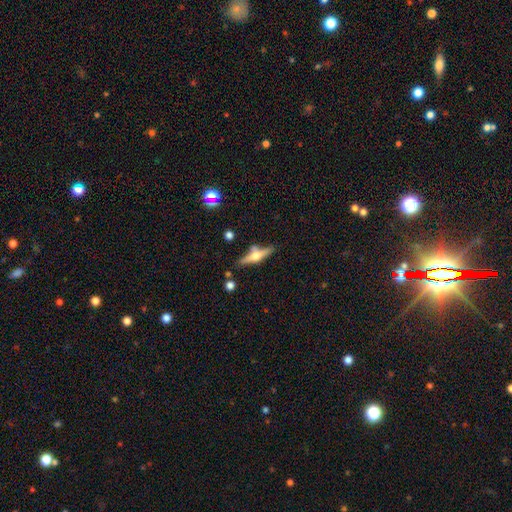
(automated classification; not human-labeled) Smooth or featured? Predicted: featured or disk (p=0.66). Edge-on disk? Predicted: yes (p=0.95). Edge-on bulge? Predicted: rounded (p=0.93). Merging? Predicted: none (p=0.75).